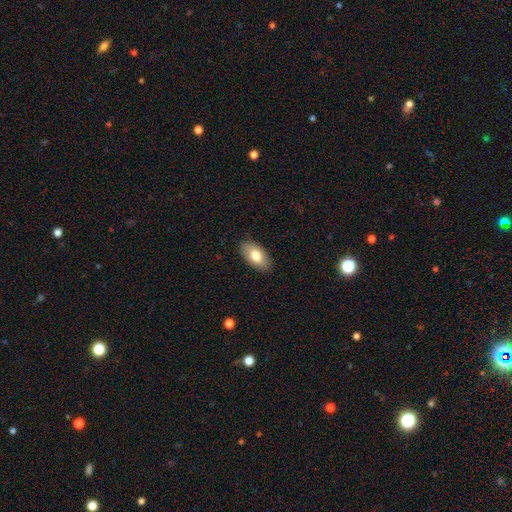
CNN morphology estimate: A smooth galaxy with no disk features (77%) that is in between round and cigar-shaped (94%).

Vote fractions:
- Smooth or featured? smooth: 77% / featured or disk: 17% / star or artifact: 6%
- How rounded? in between: 94% / round: 3% / cigar-shaped: 3%
- Merging? none: 87% / minor disturbance: 9% / major disturbance: 2% / merger: 1%